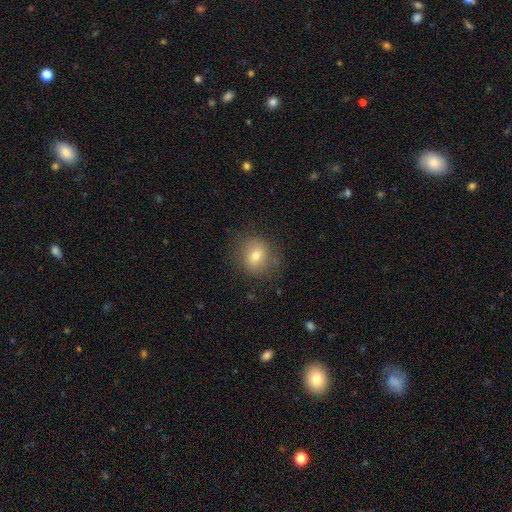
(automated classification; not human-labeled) Smooth or featured?
  - smooth: 70% *
  - featured or disk: 19%
  - star or artifact: 11%
How rounded?
  - round: 73% *
  - in between: 26%
  - cigar-shaped: 1%
Merging?
  - none: 80% *
  - minor disturbance: 14%
  - major disturbance: 5%
  - merger: 1%